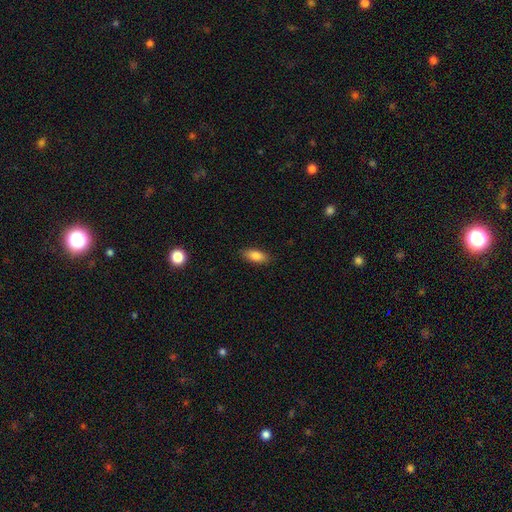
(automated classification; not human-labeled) Smooth or featured: smooth — 84% (featured or disk — 9%)
How rounded: in between — 82% (cigar-shaped — 15%)
Merging: none — 87% (minor disturbance — 9%)